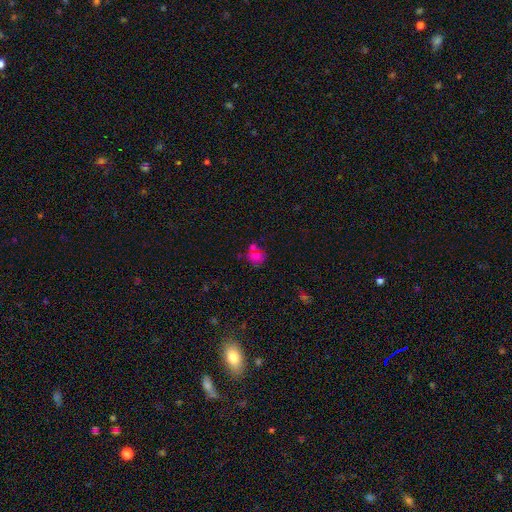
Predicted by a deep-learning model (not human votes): Smooth or featured: smooth — 66% (star or artifact — 25%)
How rounded: round — 80% (in between — 18%)
Merging: none — 62% (merger — 18%)